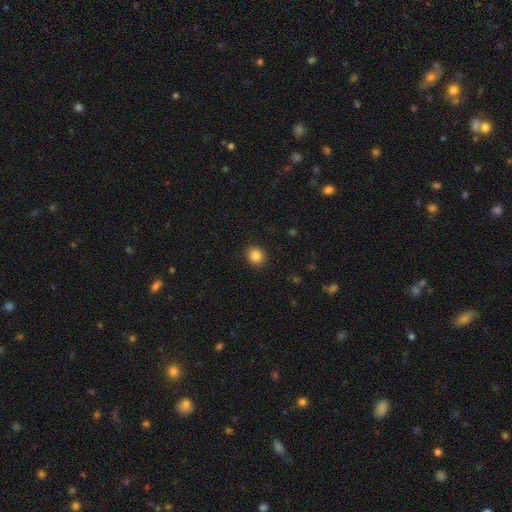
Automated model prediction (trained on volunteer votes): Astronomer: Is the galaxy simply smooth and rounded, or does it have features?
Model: smooth — 85%.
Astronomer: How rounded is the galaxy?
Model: round — 83%.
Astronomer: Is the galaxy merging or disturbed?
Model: none — 91%.